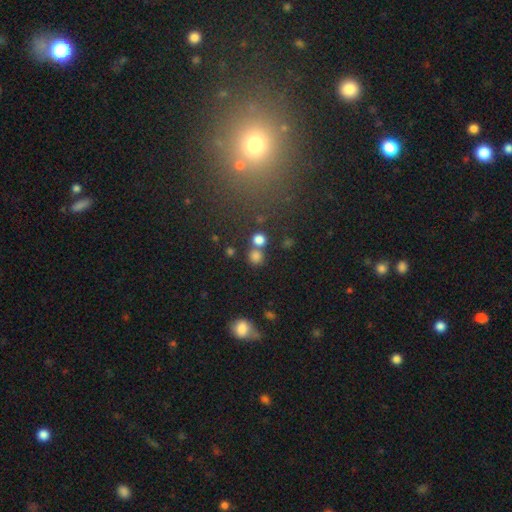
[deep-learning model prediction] Q: Smooth or featured?
A: smooth (78%); runner-up: star or artifact (15%)
Q: How rounded?
A: round (91%); runner-up: in between (8%)
Q: Merging?
A: none (66%); runner-up: merger (24%)